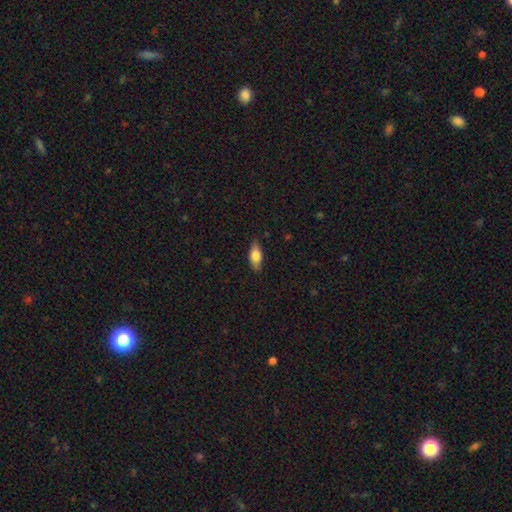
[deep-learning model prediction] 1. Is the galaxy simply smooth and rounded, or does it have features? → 72% smooth, 22% featured or disk, 7% star or artifact.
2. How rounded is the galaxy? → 79% in between, 18% cigar-shaped, 4% round.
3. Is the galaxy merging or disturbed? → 84% none, 12% minor disturbance, 2% major disturbance, 1% merger.